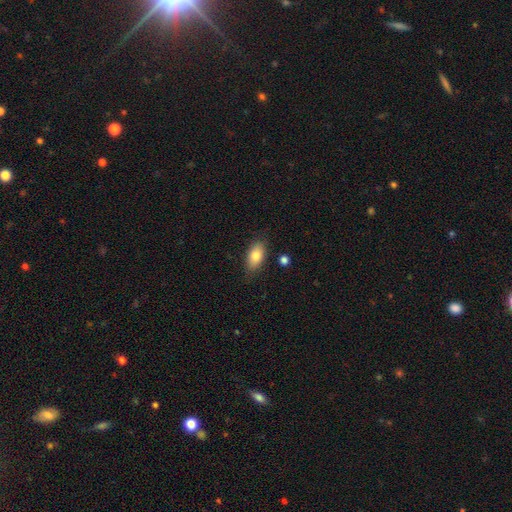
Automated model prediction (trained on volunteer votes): smooth 80%, featured or disk 12%, star or artifact 8%. Down the decision tree: how rounded — in between (89%); merging — none (83%).